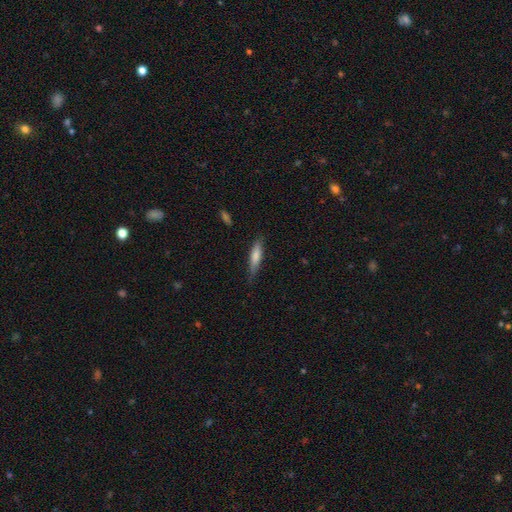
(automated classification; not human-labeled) smooth_or_featured: smooth (p=0.71) [alt: featured or disk p=0.23]
how_rounded: cigar-shaped (p=0.77) [alt: in between p=0.22]
merging: none (p=0.75) [alt: minor disturbance p=0.20]